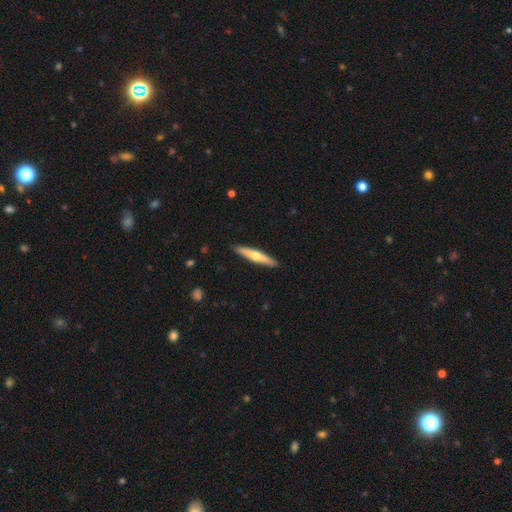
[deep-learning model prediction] featured or disk 52%, smooth 43%, star or artifact 5%. Down the decision tree: edge-on disk — yes (95%); merging — none (91%).